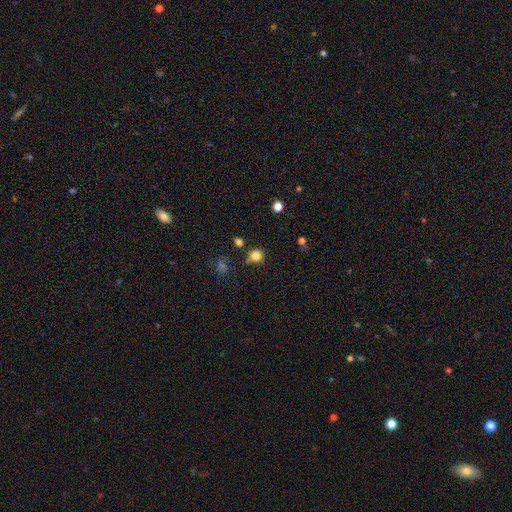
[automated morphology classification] A smooth galaxy with no disk features (81%) that is round (84%). Merging: none (71%).